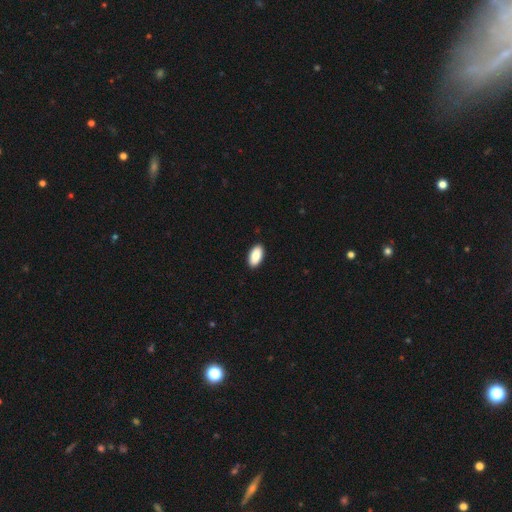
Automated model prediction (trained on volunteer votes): Q: Smooth or featured?
A: smooth (90%); runner-up: star or artifact (6%)
Q: How rounded?
A: in between (95%); runner-up: cigar-shaped (3%)
Q: Merging?
A: none (91%); runner-up: minor disturbance (7%)